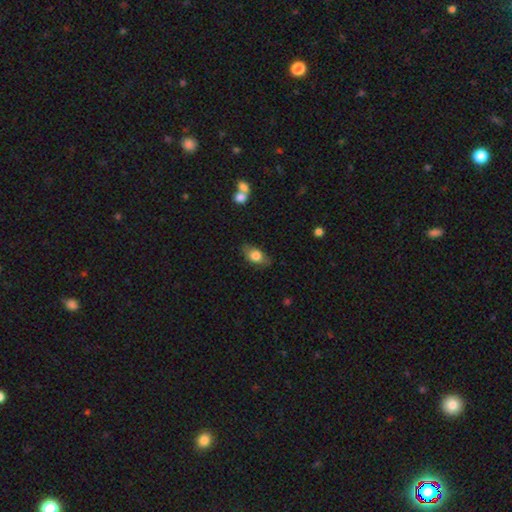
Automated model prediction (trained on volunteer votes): The model was most divided on "merging": none: 71%, minor disturbance: 22%, major disturbance: 5%, merger: 2%. More confident: how rounded — in between (81%); smooth or featured — smooth (77%).